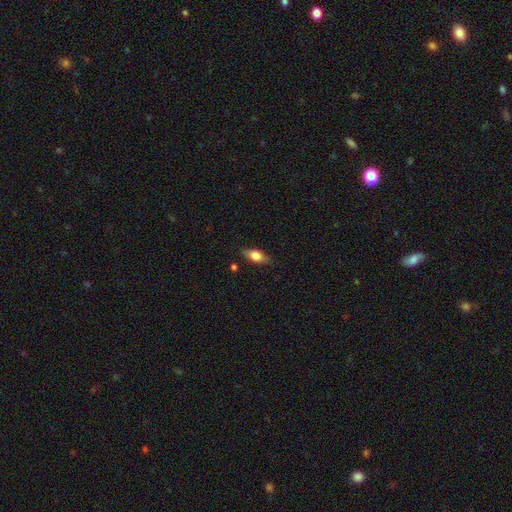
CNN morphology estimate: Smooth or featured: smooth — 63% (featured or disk — 29%)
How rounded: in between — 78% (cigar-shaped — 15%)
Merging: none — 81% (minor disturbance — 15%)